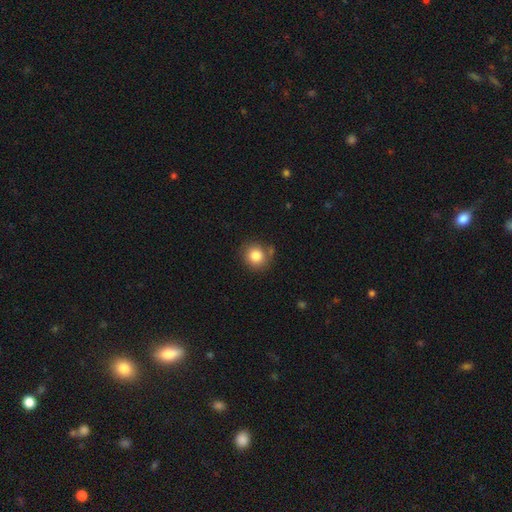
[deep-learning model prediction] smooth-or-featured: smooth: 83% | star or artifact: 10% | featured or disk: 7%
  how-rounded: round: 89% | in between: 10% | cigar-shaped: 1%
  merging: none: 77% | minor disturbance: 14% | merger: 5% | major disturbance: 4%